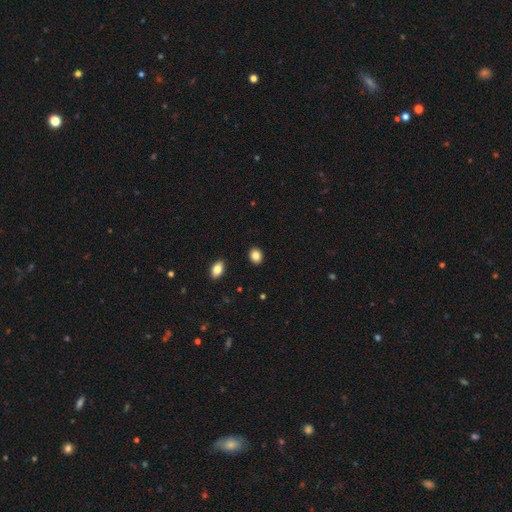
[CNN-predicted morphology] This is clearly a smooth galaxy (86%). How rounded: possibly round (56%). Merging: clearly none (90%).